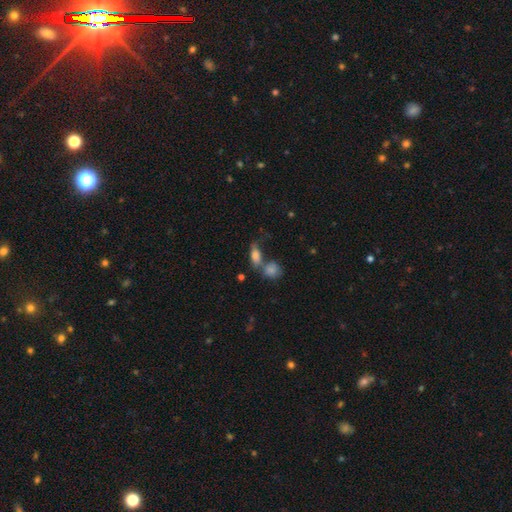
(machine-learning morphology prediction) smooth 75%, featured or disk 15%, star or artifact 10%. Down the decision tree: how rounded — in between (76%); merging — none (42%).